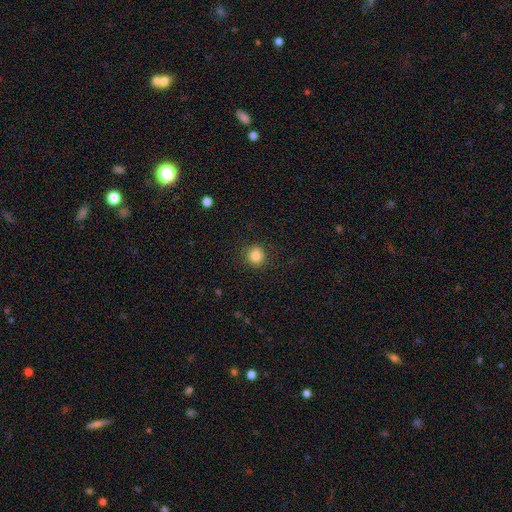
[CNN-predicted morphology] This appears to be a smooth galaxy with no disk features (84%) that is round (90%). Merging: none (87%).